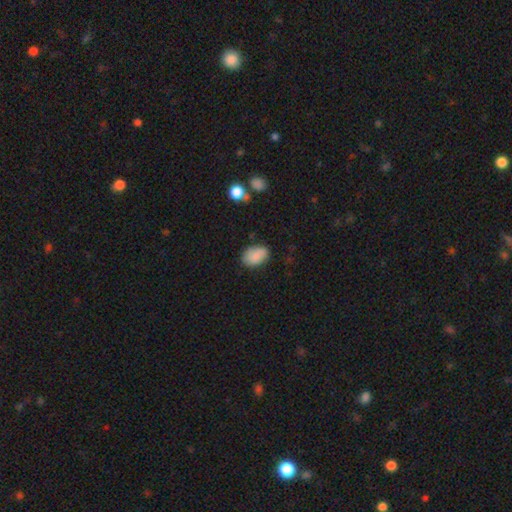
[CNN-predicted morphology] smooth_or_featured: smooth (p=0.83) [alt: featured or disk p=0.09]
how_rounded: in between (p=0.84) [alt: round p=0.15]
merging: none (p=0.74) [alt: minor disturbance p=0.20]